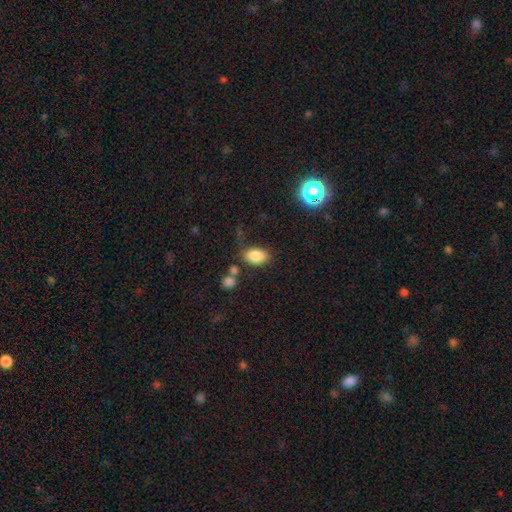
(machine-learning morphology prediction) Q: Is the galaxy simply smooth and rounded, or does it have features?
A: smooth — 85%.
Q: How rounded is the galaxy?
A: in between — 89%.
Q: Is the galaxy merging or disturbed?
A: none — 67%.